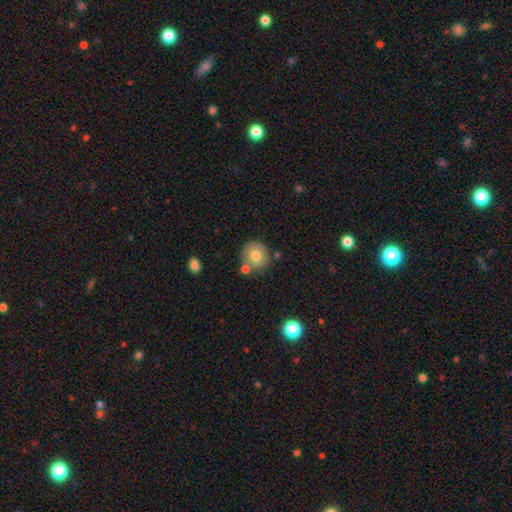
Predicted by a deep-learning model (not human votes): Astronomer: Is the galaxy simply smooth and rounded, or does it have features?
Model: smooth — 75%.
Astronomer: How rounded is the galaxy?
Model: round — 90%.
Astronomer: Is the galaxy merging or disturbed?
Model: none — 72%.